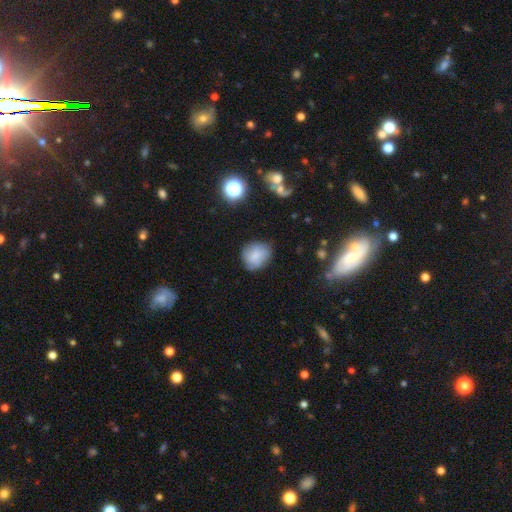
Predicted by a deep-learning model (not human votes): smooth 76%, featured or disk 15%, star or artifact 10%. Down the decision tree: how rounded — round (70%); merging — none (71%).